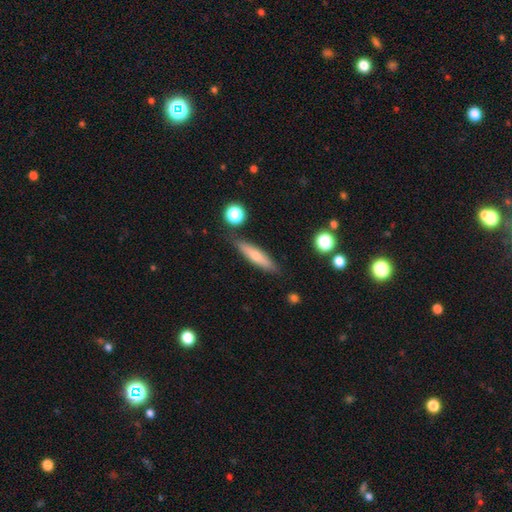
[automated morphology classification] Smooth or featured? Predicted: smooth (p=0.61). How rounded? Predicted: cigar-shaped (p=0.83). Merging? Predicted: none (p=0.84).